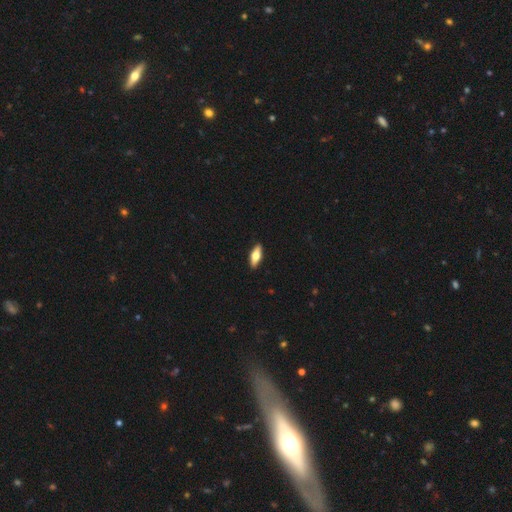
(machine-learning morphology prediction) smooth 55%, featured or disk 39%, star or artifact 6%. Down the decision tree: how rounded — in between (64%); merging — none (90%).